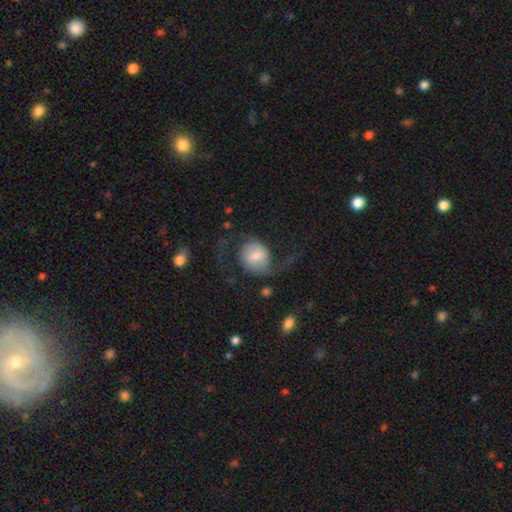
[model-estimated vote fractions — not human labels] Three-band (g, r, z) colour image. It shows a featured or disk galaxy (61%) with a weak bar (48%), 2 (90%) loose (69%) spiral arms (90%) and a moderate central bulge (39%). Merging: none (56%).